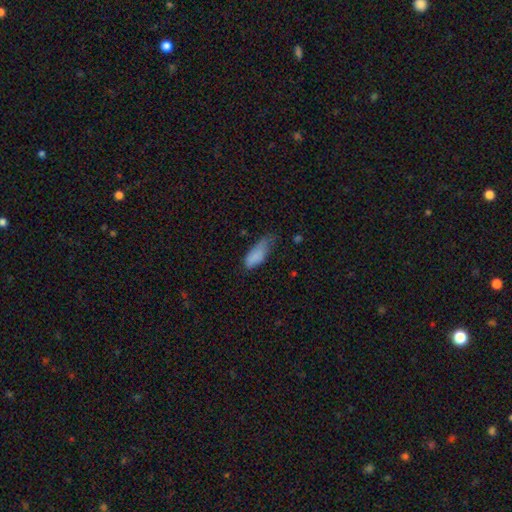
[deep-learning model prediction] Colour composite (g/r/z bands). It shows a smooth galaxy with no disk features (82%) that is in between round and cigar-shaped (80%). Merging: minor disturbance (46%).